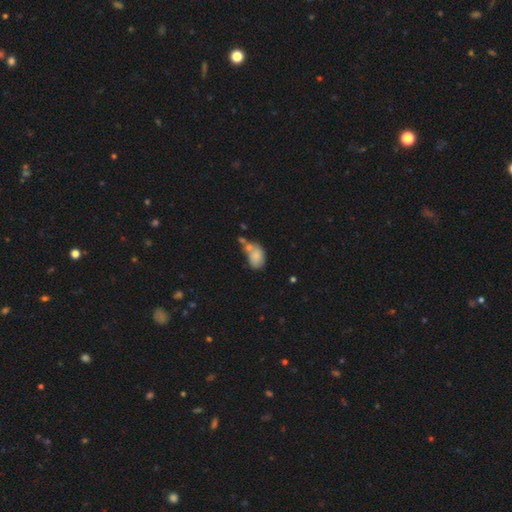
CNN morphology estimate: smooth 79%, featured or disk 12%, star or artifact 8%. Down the decision tree: how rounded — in between (83%); merging — merger (35%).